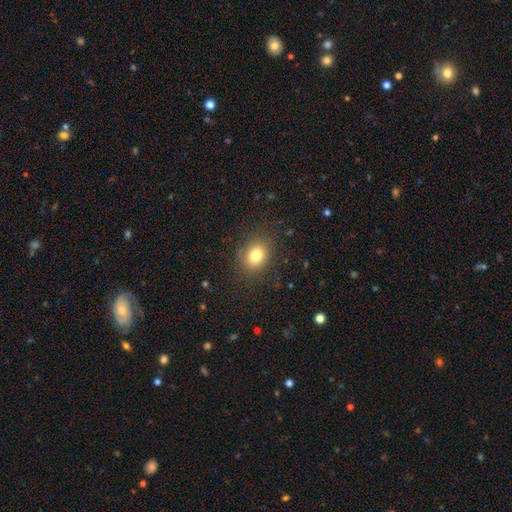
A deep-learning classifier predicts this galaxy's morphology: smooth 79%, star or artifact 12%, featured or disk 8%. Down the decision tree: how rounded — round (54%); merging — none (84%).